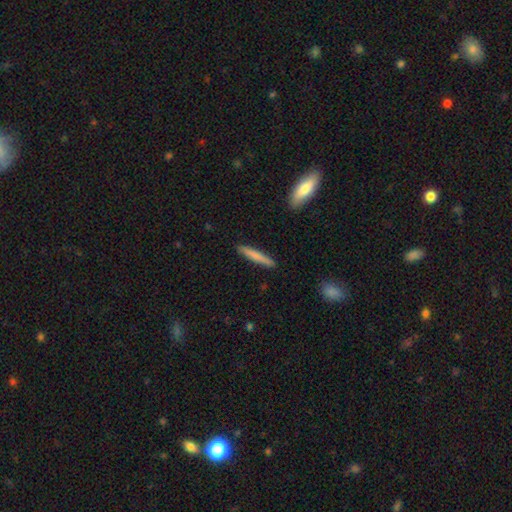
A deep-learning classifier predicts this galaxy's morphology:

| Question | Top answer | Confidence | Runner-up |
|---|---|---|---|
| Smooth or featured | smooth | 73% | featured or disk (22%) |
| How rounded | cigar-shaped | 94% | in between (4%) |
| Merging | none | 91% | minor disturbance (6%) |